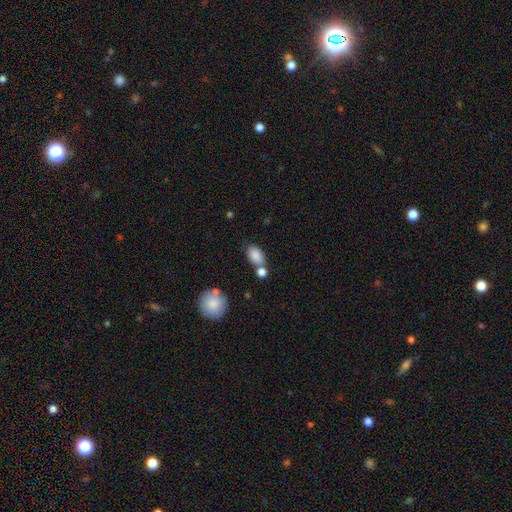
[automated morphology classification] The model was most divided on "merging": none: 58%, merger: 23%, minor disturbance: 15%, major disturbance: 5%. More confident: how rounded — in between (88%); smooth or featured — smooth (86%).